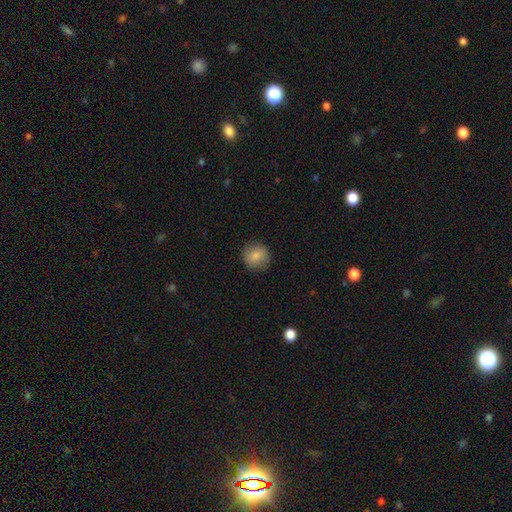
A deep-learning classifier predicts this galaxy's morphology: A smooth galaxy with no disk features (83%) that is round (92%). Merging: none (88%).